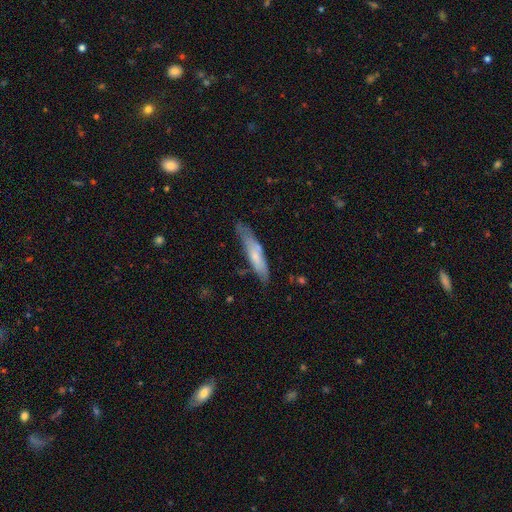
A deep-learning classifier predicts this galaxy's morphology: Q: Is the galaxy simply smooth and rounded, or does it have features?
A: smooth — 57%.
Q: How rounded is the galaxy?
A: cigar-shaped — 79%.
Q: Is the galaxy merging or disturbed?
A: none — 56%.